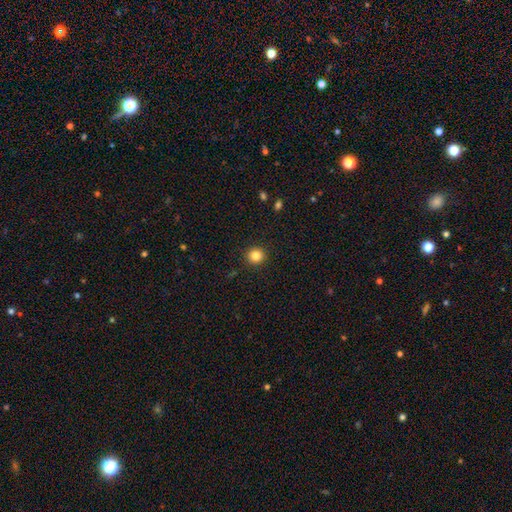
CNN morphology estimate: Q: Smooth or featured?
A: smooth (84%); runner-up: star or artifact (11%)
Q: How rounded?
A: round (93%); runner-up: in between (6%)
Q: Merging?
A: none (92%); runner-up: minor disturbance (5%)